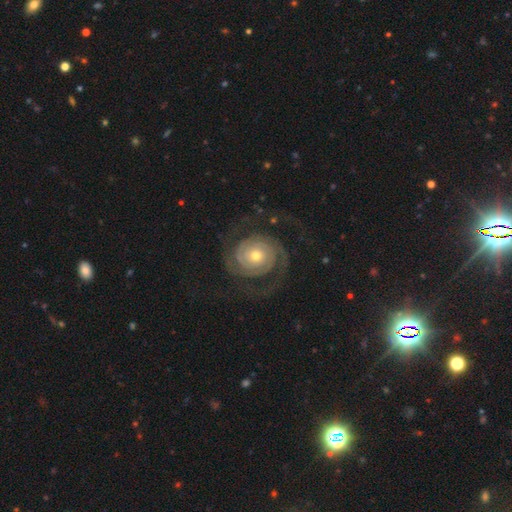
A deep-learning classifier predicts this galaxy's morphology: Smooth or featured: featured or disk — 90% (smooth — 5%)
Edge-on disk: no — 98% (yes — 2%)
Bar: no — 76% (weak — 17%)
Spiral arms: yes — 98% (no — 2%)
Spiral winding: tight — 67% (medium — 25%)
Spiral arm count: 2 — 79% (3 — 7%)
Bulge size: moderate — 48% (small — 46%)
Merging: none — 75% (major disturbance — 12%)